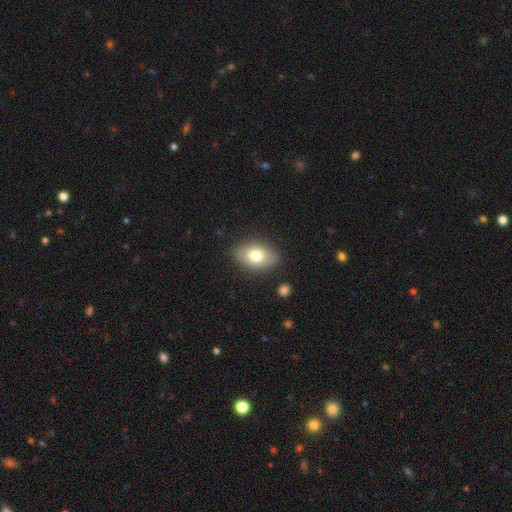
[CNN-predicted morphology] smooth 74%, featured or disk 18%, star or artifact 8%. Down the decision tree: how rounded — in between (88%); merging — none (83%).